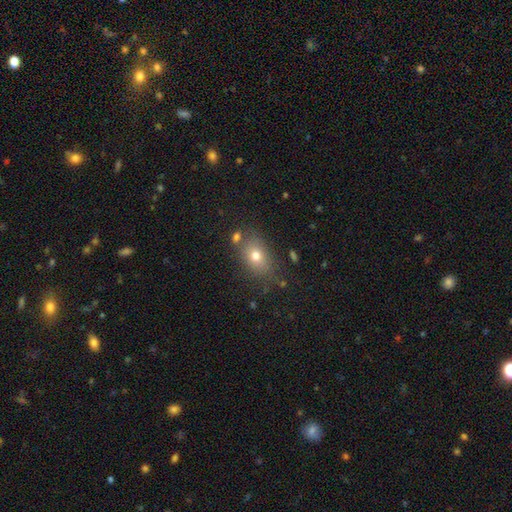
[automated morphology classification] smooth_or_featured: smooth (p=0.73) [alt: featured or disk p=0.14]
how_rounded: in between (p=0.71) [alt: round p=0.28]
merging: none (p=0.72) [alt: minor disturbance p=0.15]